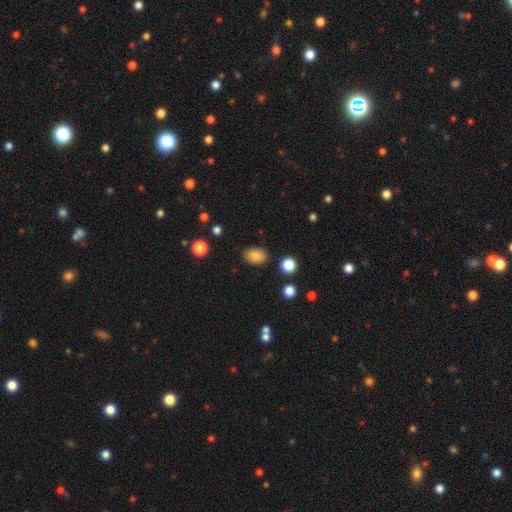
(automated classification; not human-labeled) smooth 85%, star or artifact 10%, featured or disk 5%. Down the decision tree: how rounded — in between (82%); merging — none (86%).